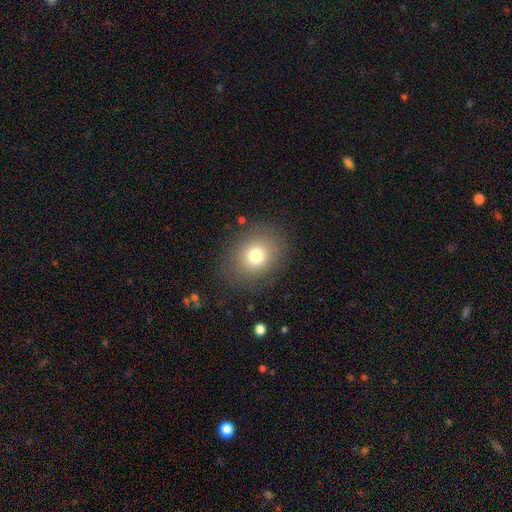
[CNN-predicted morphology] The model was most divided on "how rounded": round: 59%, in between: 40%, cigar-shaped: 1%. More confident: merging — none (84%); smooth or featured — smooth (77%).